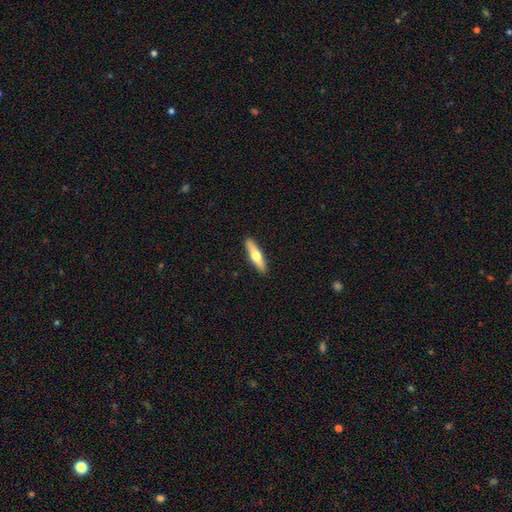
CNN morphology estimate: A smooth galaxy with no disk features (52%) that is cigar-shaped (76%). Merging: none (91%).